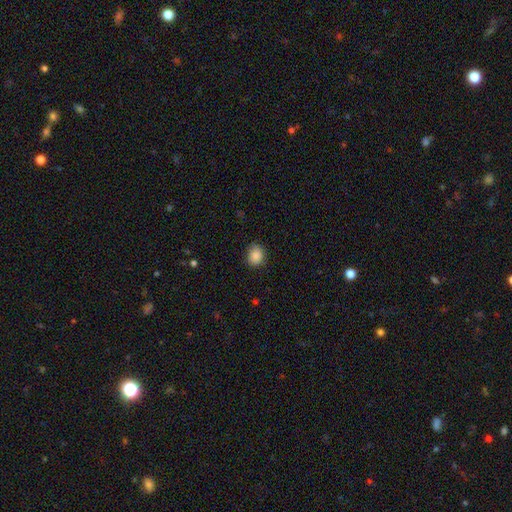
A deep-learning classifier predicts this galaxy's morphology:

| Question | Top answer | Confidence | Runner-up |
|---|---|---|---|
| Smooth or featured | smooth | 86% | star or artifact (9%) |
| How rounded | round | 65% | in between (34%) |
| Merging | none | 83% | minor disturbance (13%) |